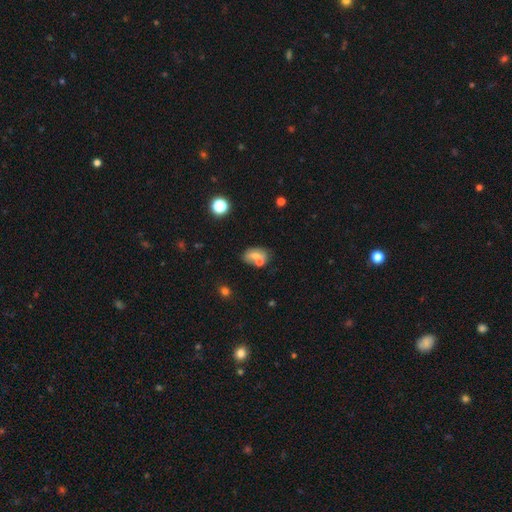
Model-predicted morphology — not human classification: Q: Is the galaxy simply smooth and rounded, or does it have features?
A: smooth — 61%.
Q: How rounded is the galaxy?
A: in between — 80%.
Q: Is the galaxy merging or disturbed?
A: none — 48%.